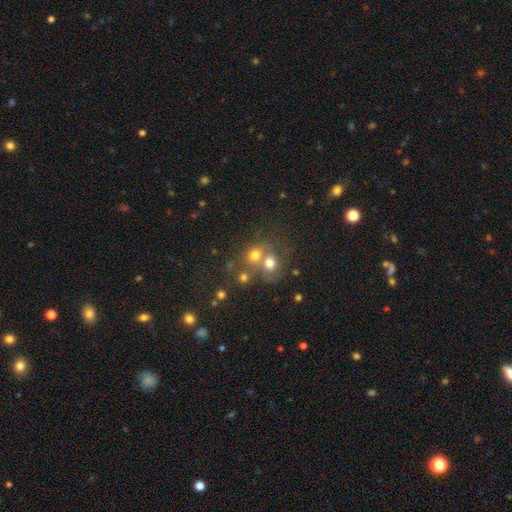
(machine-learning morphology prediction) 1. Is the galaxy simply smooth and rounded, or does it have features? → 64% smooth, 18% star or artifact, 18% featured or disk.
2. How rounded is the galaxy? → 72% round, 27% in between, 1% cigar-shaped.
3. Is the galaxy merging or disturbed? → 51% merger, 37% none, 8% minor disturbance, 4% major disturbance.